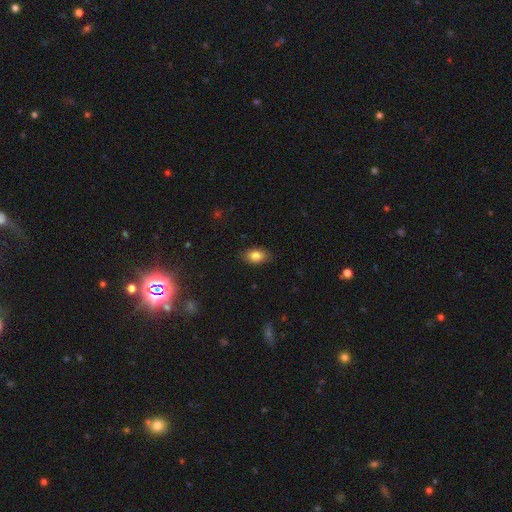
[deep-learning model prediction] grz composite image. It shows a smooth galaxy with no disk features (84%) that is in between round and cigar-shaped (87%). Merging: none (85%).